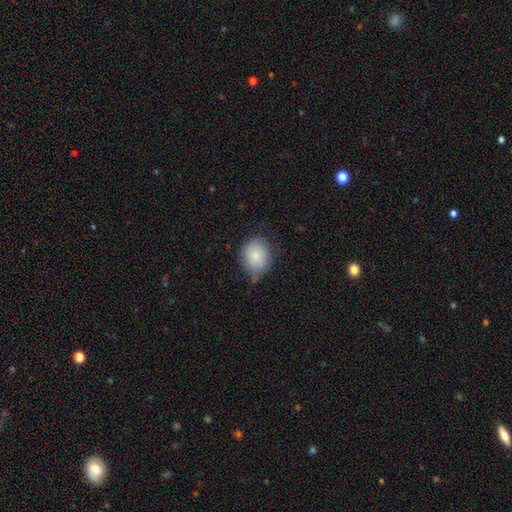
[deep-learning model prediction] Smooth or featured?
  - smooth: 79% *
  - featured or disk: 13%
  - star or artifact: 7%
How rounded?
  - in between: 53% *
  - round: 46%
  - cigar-shaped: 1%
Merging?
  - none: 52% *
  - minor disturbance: 37%
  - major disturbance: 8%
  - merger: 2%